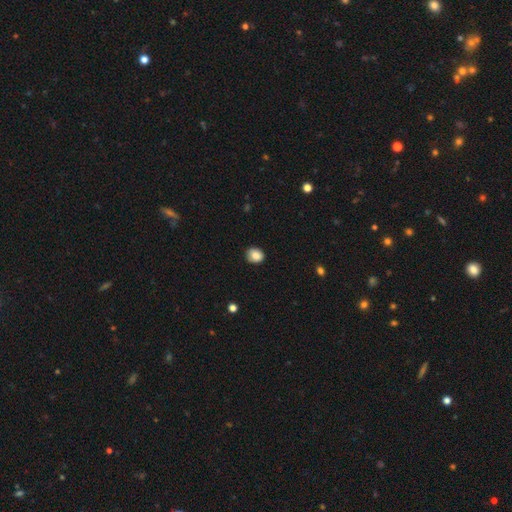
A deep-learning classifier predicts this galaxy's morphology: A smooth galaxy with no disk features (84%) that is round (61%).

Vote fractions:
- Smooth or featured? smooth: 84% / star or artifact: 8% / featured or disk: 7%
- How rounded? round: 61% / in between: 39% / cigar-shaped: 1%
- Merging? none: 87% / minor disturbance: 10% / major disturbance: 2% / merger: 1%